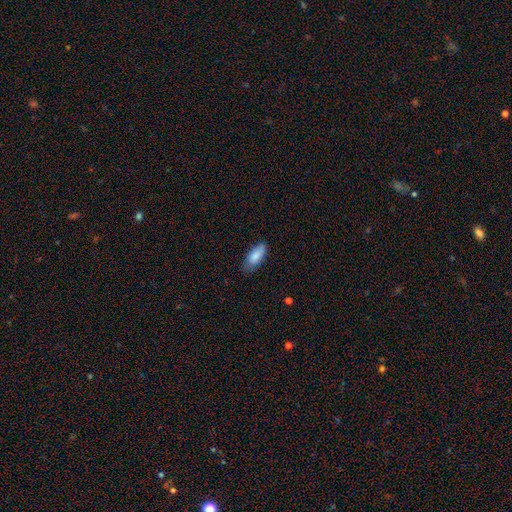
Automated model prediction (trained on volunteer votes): smooth 84%, featured or disk 10%, star or artifact 6%. Down the decision tree: how rounded — in between (84%); merging — none (69%).